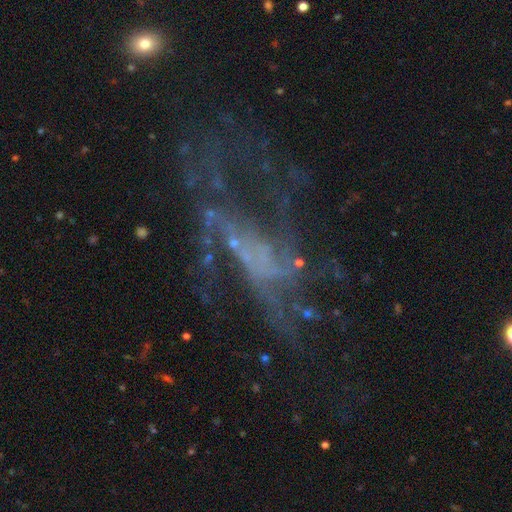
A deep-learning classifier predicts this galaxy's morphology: A featured or disk galaxy (69%) with no bar (64%), spiral arms (57%) and no central bulge (70%). Merging: major disturbance (41%).